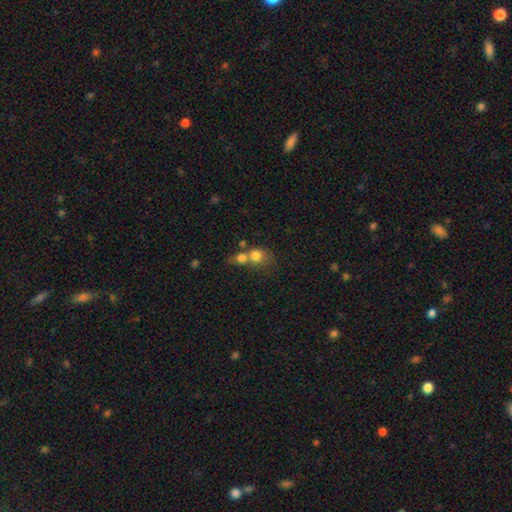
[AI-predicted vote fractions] Q: Smooth or featured?
A: smooth (75%); runner-up: featured or disk (14%)
Q: How rounded?
A: round (73%); runner-up: in between (26%)
Q: Merging?
A: merger (64%); runner-up: none (24%)